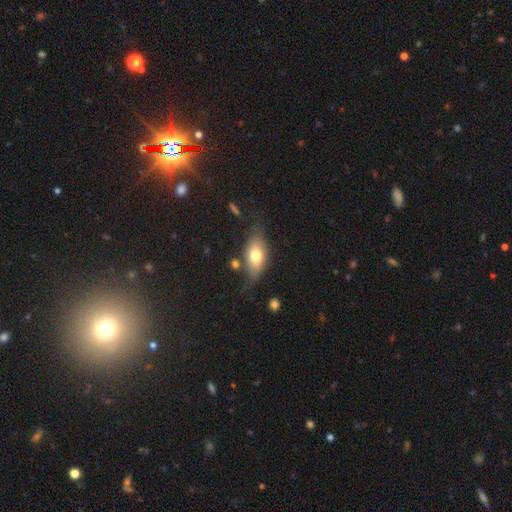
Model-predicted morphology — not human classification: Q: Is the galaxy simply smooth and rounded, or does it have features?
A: smooth — 65%.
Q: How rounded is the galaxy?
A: in between — 84%.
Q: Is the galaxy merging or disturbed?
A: none — 60%.